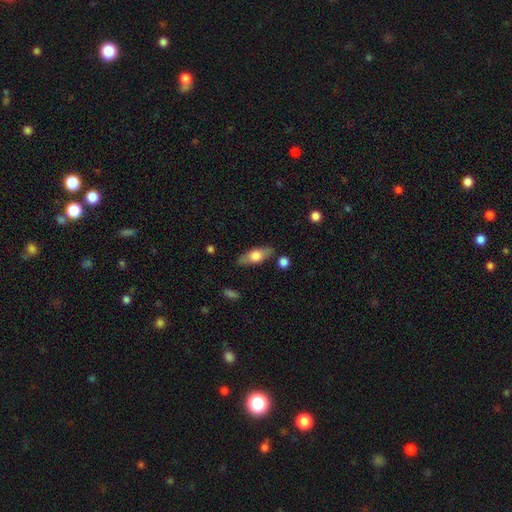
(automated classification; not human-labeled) A smooth galaxy with no disk features (52%) that is in between round and cigar-shaped (67%).

Vote fractions:
- Smooth or featured? smooth: 52% / featured or disk: 42% / star or artifact: 6%
- How rounded? in between: 67% / cigar-shaped: 28% / round: 4%
- Merging? none: 81% / minor disturbance: 12% / merger: 3% / major disturbance: 3%